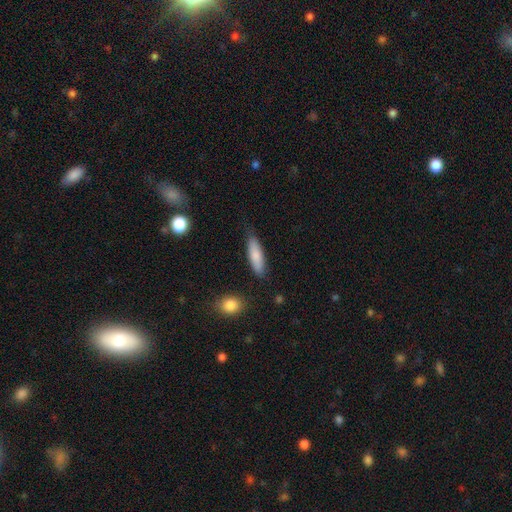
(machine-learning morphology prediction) Smooth or featured: smooth — 81% (featured or disk — 13%)
How rounded: cigar-shaped — 58% (in between — 40%)
Merging: none — 80% (minor disturbance — 15%)